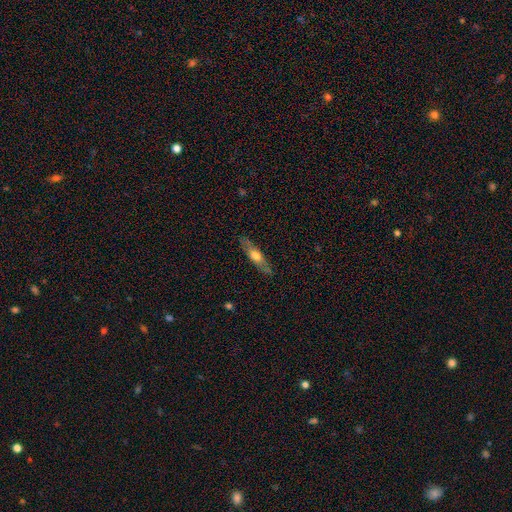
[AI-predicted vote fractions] The model was most divided on "smooth or featured": smooth: 50%, featured or disk: 45%, star or artifact: 6%. More confident: merging — none (85%).